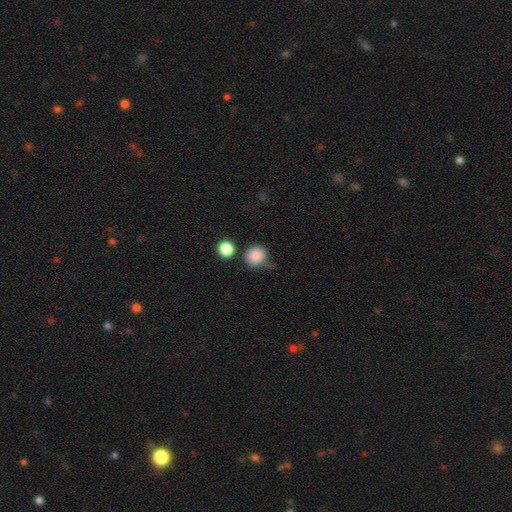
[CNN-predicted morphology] Q: Smooth or featured?
A: smooth (87%); runner-up: star or artifact (9%)
Q: How rounded?
A: round (86%); runner-up: in between (13%)
Q: Merging?
A: none (66%); runner-up: minor disturbance (19%)